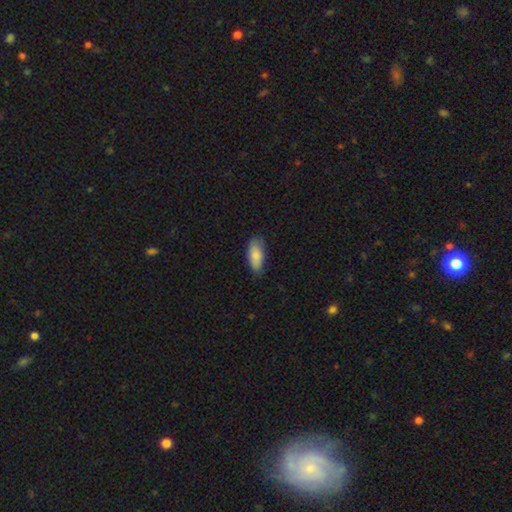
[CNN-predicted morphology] Q: Smooth or featured?
A: smooth (87%); runner-up: featured or disk (7%)
Q: How rounded?
A: in between (86%); runner-up: cigar-shaped (12%)
Q: Merging?
A: none (78%); runner-up: minor disturbance (18%)